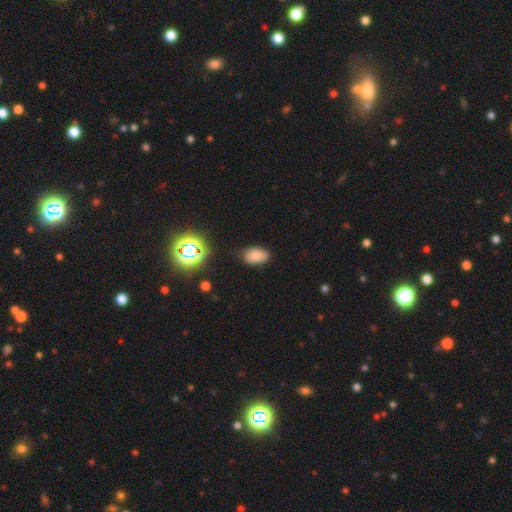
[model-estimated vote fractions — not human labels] Smooth or featured: smooth — 75% (star or artifact — 16%)
How rounded: in between — 91% (round — 8%)
Merging: none — 80% (minor disturbance — 15%)